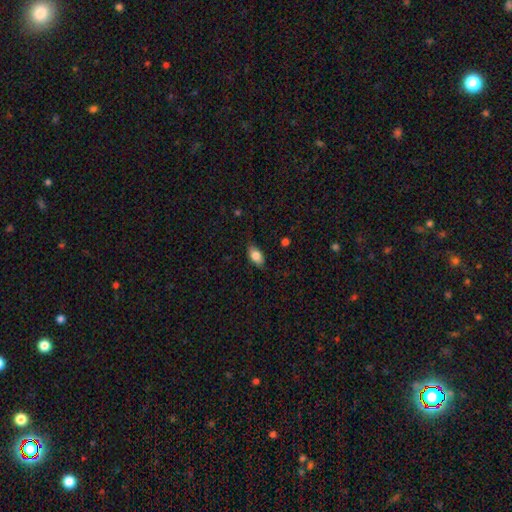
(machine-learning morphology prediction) This is clearly a smooth galaxy (82%). How rounded: clearly in between (90%). Merging: clearly none (80%).